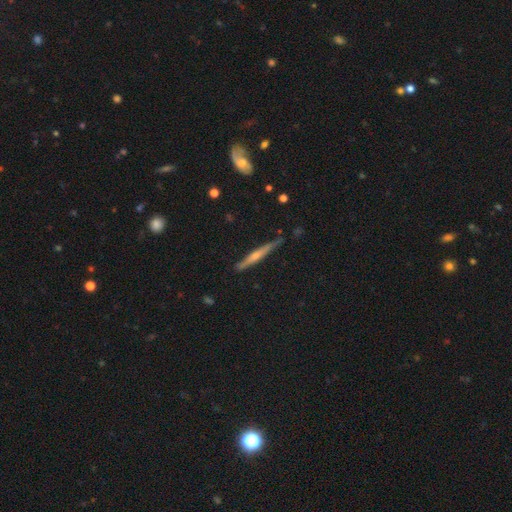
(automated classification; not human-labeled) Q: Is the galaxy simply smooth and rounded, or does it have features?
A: featured or disk — 62%.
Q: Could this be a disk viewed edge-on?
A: yes — 97%.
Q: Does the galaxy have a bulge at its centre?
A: rounded — 63%.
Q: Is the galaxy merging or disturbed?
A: none — 81%.